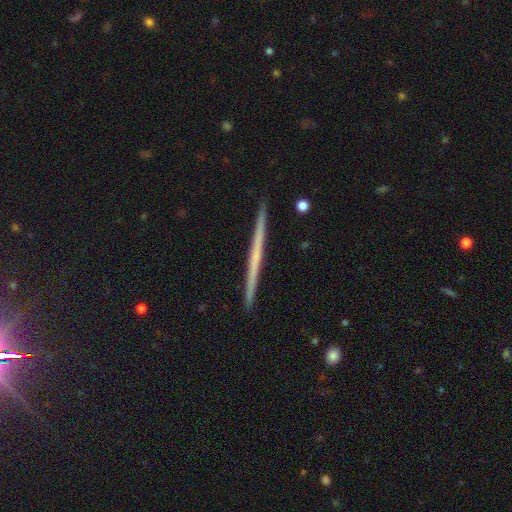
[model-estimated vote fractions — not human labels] Q: Smooth or featured?
A: featured or disk (61%); runner-up: smooth (32%)
Q: Edge-on disk?
A: yes (98%); runner-up: no (2%)
Q: Edge-on bulge?
A: none (84%); runner-up: rounded (12%)
Q: Merging?
A: none (93%); runner-up: minor disturbance (5%)